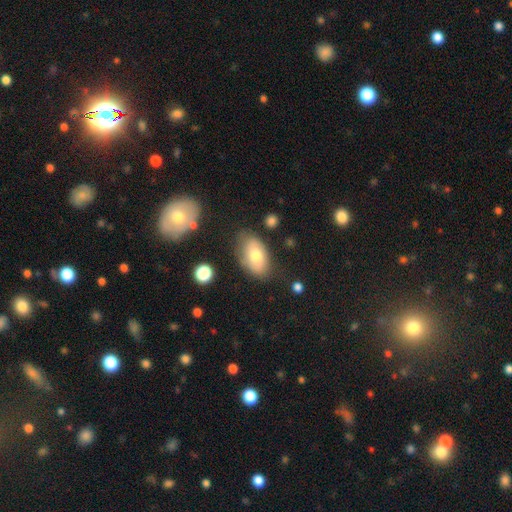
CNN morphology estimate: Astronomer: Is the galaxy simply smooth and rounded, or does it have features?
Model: smooth — 68%.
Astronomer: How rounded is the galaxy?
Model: in between — 92%.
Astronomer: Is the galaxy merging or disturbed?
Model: none — 70%.